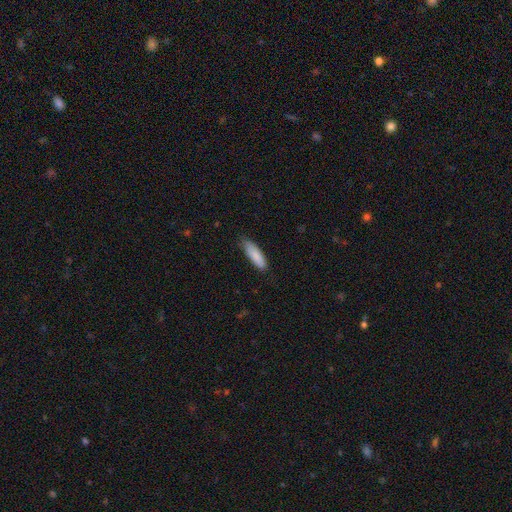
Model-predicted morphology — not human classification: A smooth galaxy with no disk features (87%) that is cigar-shaped (54%).

Vote fractions:
- Smooth or featured? smooth: 87% / featured or disk: 8% / star or artifact: 6%
- How rounded? cigar-shaped: 54% / in between: 45% / round: 1%
- Merging? none: 77% / minor disturbance: 19% / major disturbance: 3% / merger: 1%